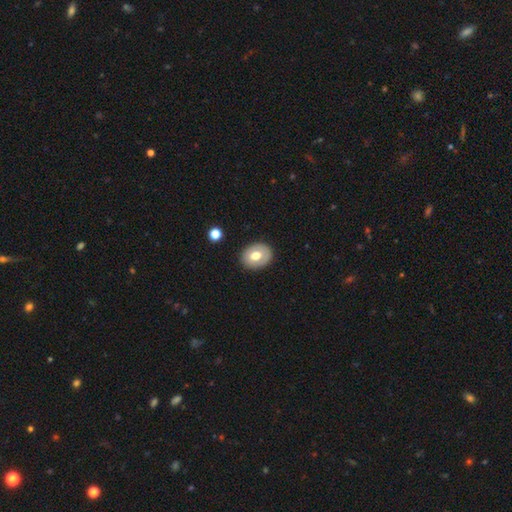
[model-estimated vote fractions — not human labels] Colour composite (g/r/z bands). It shows a smooth galaxy with no disk features (65%) that is in between round and cigar-shaped (59%). Merging: none (87%).